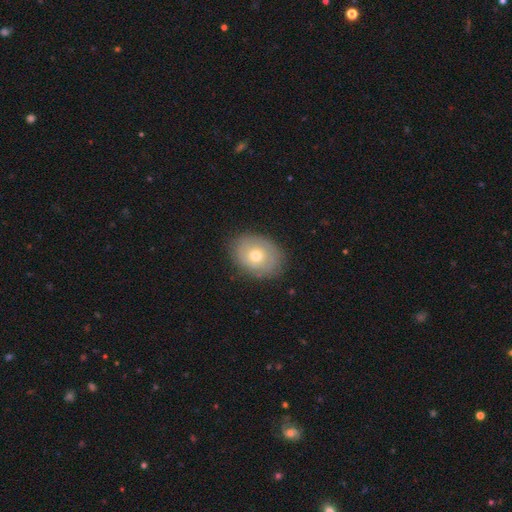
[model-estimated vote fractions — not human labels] smooth 54%, featured or disk 38%, star or artifact 8%. Down the decision tree: how rounded — in between (67%); merging — none (81%).